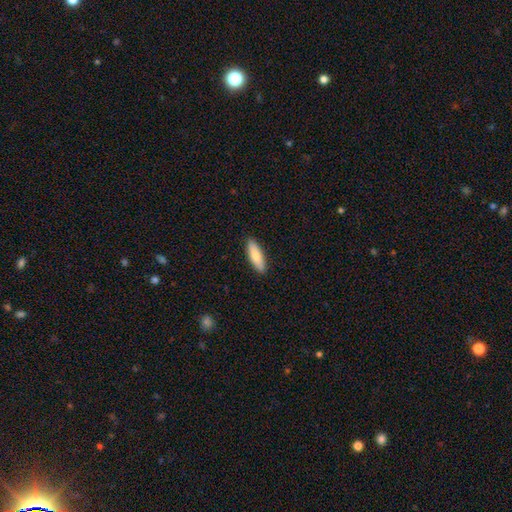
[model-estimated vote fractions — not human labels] The model was most divided on "how rounded": in between: 51%, cigar-shaped: 47%, round: 2%. More confident: merging — none (90%); smooth or featured — smooth (80%).